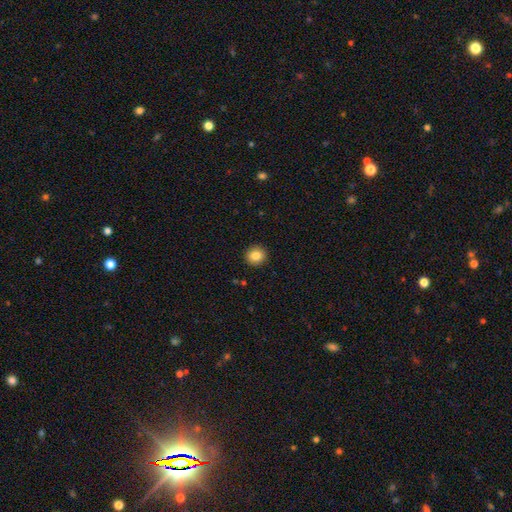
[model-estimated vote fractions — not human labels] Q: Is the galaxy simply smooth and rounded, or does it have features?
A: smooth — 83%.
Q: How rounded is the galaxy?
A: round — 90%.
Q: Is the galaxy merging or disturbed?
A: none — 92%.